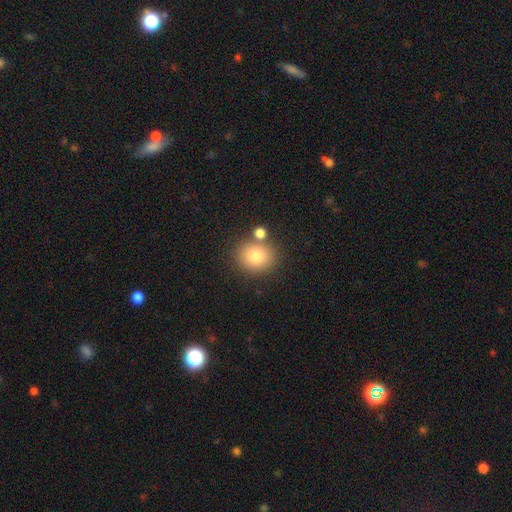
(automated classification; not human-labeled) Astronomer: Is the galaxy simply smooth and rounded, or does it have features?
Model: smooth — 80%.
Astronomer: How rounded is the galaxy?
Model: round — 69%.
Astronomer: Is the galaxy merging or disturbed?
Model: none — 71%.